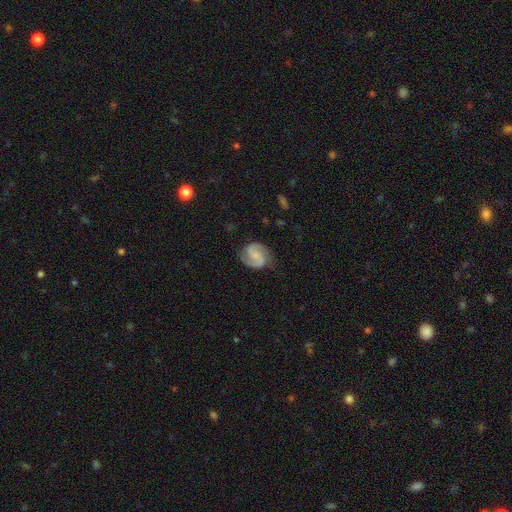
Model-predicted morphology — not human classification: This appears to be a featured or disk galaxy (85%) with no bar (44%, tied with weak), 2 (93%) medium (55%) spiral arms (97%) and a small central bulge (40%). Merging: none (79%).